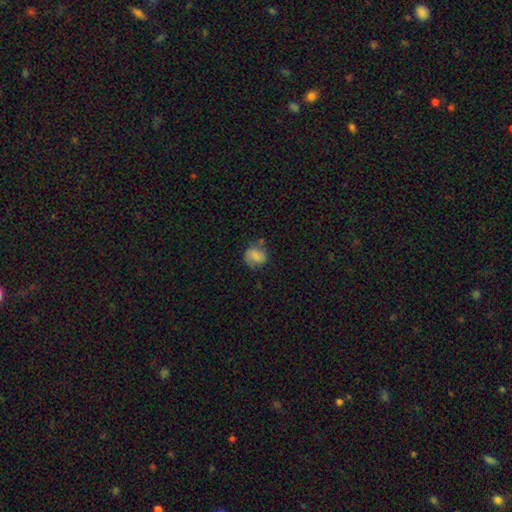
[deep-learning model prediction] Overall: smooth (69%). How rounded: round (68%; in between 31%). Merging: none (60%; minor disturbance 25%).